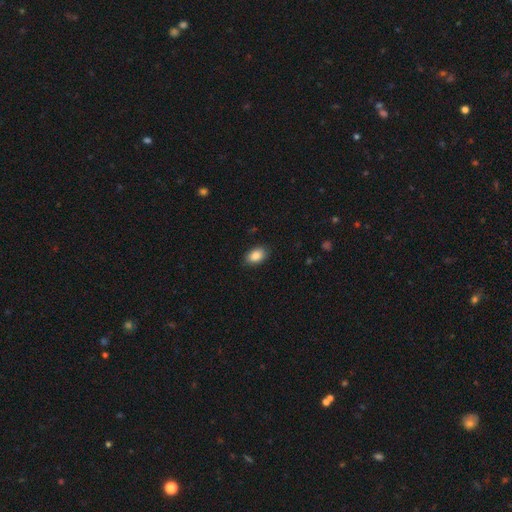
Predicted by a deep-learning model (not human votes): A smooth galaxy with no disk features (87%) that is in between round and cigar-shaped (88%). Merging: none (86%).